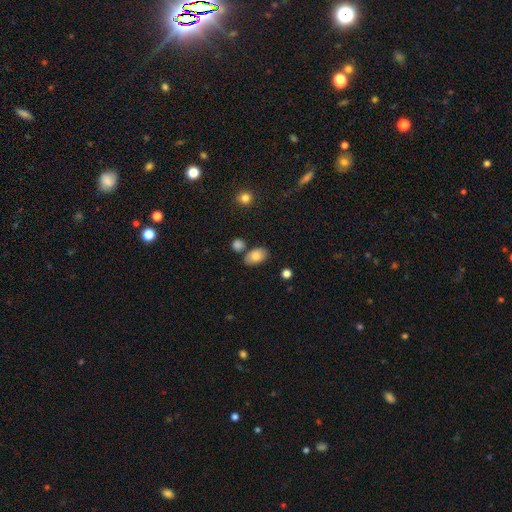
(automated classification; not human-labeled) Smooth or featured: smooth — 79% (featured or disk — 13%)
How rounded: in between — 88% (round — 10%)
Merging: none — 71% (minor disturbance — 15%)